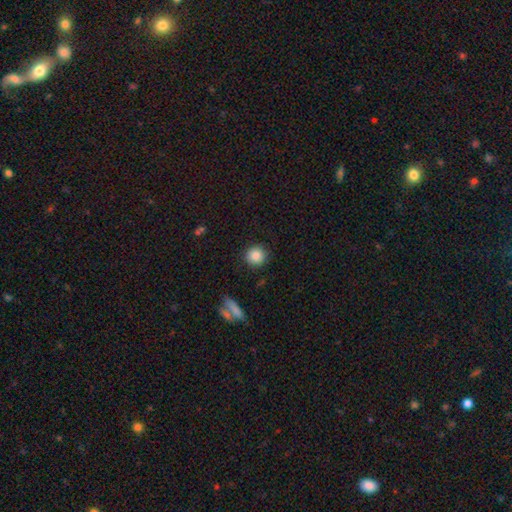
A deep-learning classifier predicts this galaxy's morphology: A smooth galaxy with no disk features (87%) that is round (92%). Merging: none (88%).